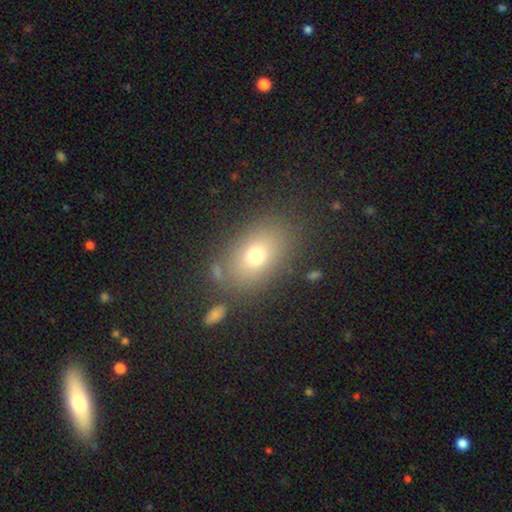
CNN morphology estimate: A smooth galaxy with no disk features (71%) that is in between round and cigar-shaped (76%).

Vote fractions:
- Smooth or featured? smooth: 71% / featured or disk: 15% / star or artifact: 14%
- How rounded? in between: 76% / round: 22% / cigar-shaped: 2%
- Merging? none: 77% / minor disturbance: 12% / major disturbance: 6% / merger: 5%